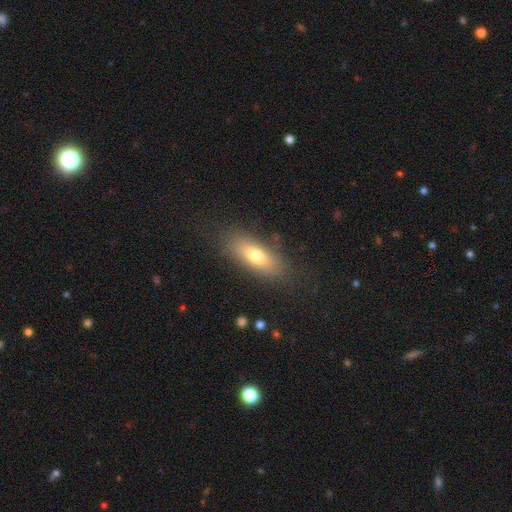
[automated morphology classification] This is likely a smooth galaxy (70%). How rounded: likely in between (73%). Merging: clearly none (82%).